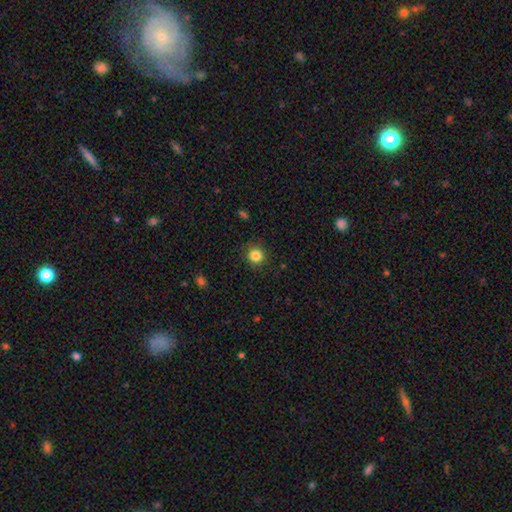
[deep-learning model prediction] smooth-or-featured: smooth: 84% | star or artifact: 11% | featured or disk: 5%
  how-rounded: round: 92% | in between: 7% | cigar-shaped: 1%
  merging: none: 89% | minor disturbance: 8% | major disturbance: 3% | merger: 1%